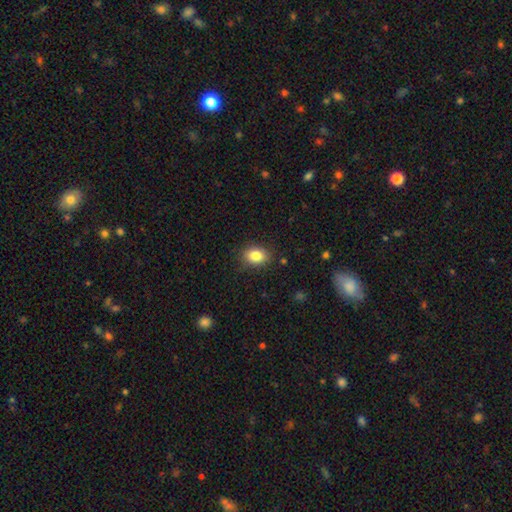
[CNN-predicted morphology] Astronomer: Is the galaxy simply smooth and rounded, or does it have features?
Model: smooth — 84%.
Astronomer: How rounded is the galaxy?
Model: in between — 70%.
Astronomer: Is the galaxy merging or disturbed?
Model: none — 85%.